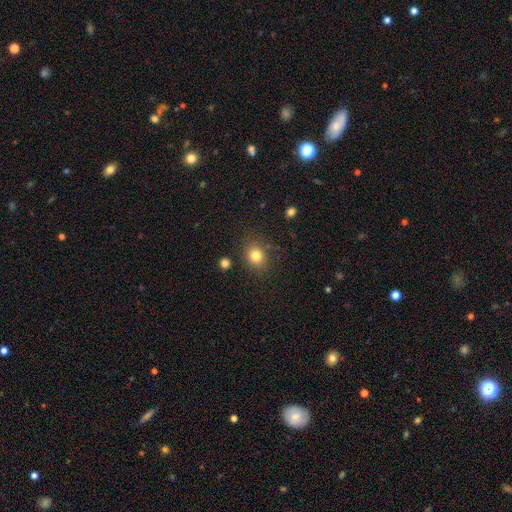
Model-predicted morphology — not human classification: This is clearly a smooth galaxy (81%). How rounded: likely round (69%). Merging: clearly none (81%).